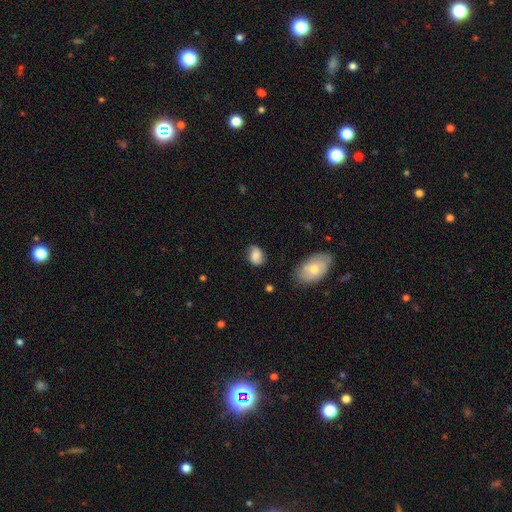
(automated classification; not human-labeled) Morphology: type=smooth (69%); roundness=in between (70%); merging=none (68%).